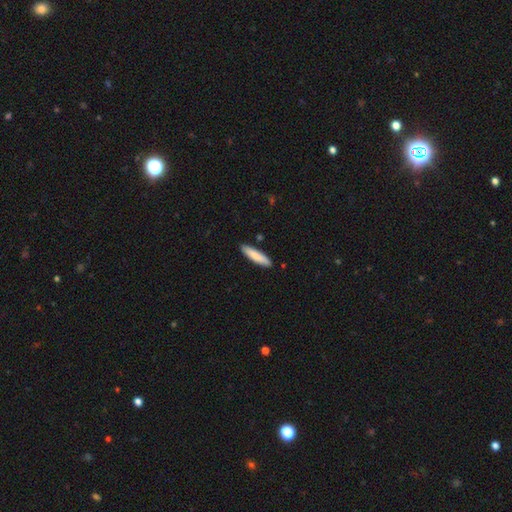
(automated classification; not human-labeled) This is clearly a smooth galaxy (81%). How rounded: clearly cigar-shaped (81%). Merging: clearly none (89%).